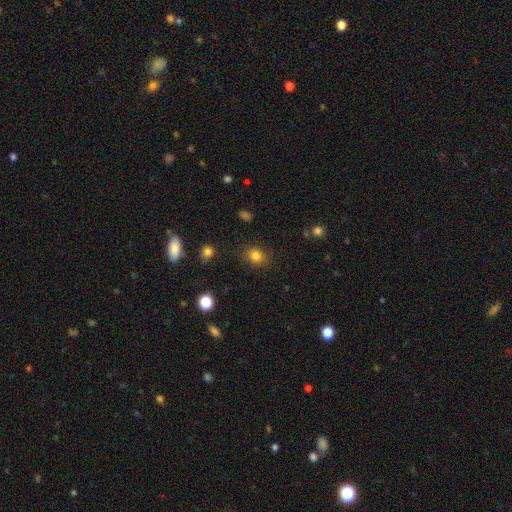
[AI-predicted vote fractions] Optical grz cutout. It shows a smooth galaxy with no disk features (81%) that is round (69%). Merging: none (84%).